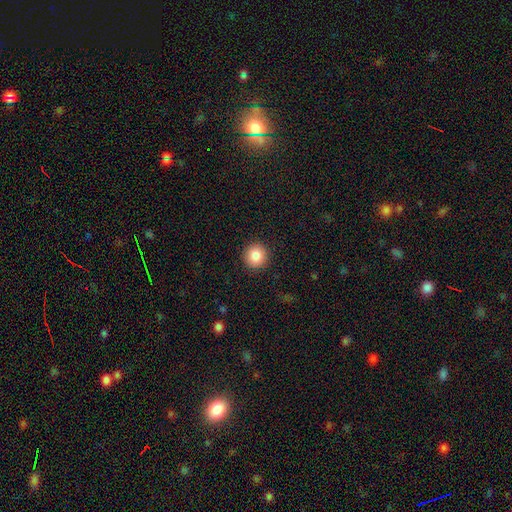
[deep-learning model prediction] Smooth or featured: smooth — 86% (star or artifact — 9%)
How rounded: round — 93% (in between — 6%)
Merging: none — 92% (minor disturbance — 5%)